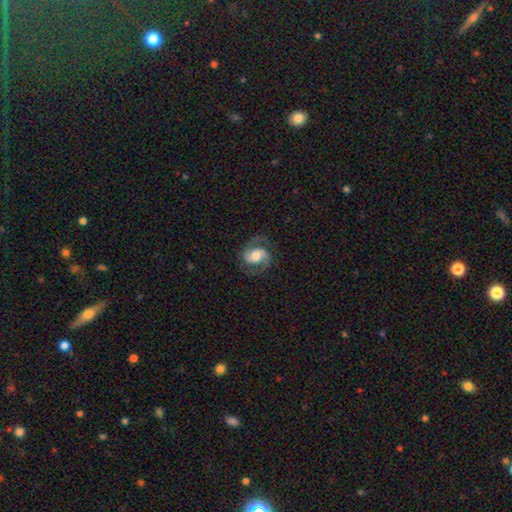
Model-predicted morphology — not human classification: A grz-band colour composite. It shows a featured or disk galaxy (87%) with no bar (49%), 2 (93%) medium (57%) spiral arms (97%) and a moderate central bulge (56%). Merging: none (79%).